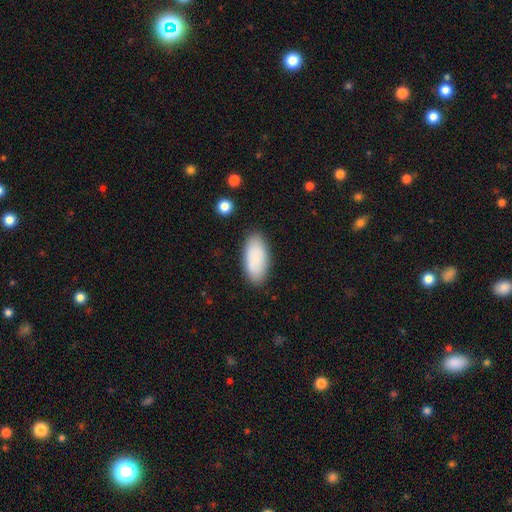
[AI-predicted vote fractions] Smooth or featured? smooth (83%)
How rounded? in between (92%)
Merging? none (85%)